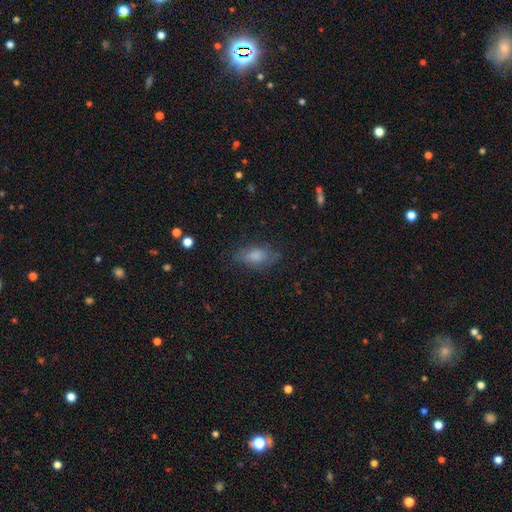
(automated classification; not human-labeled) A smooth galaxy with no disk features (73%) that is in between round and cigar-shaped (82%).

Vote fractions:
- Smooth or featured? smooth: 73% / featured or disk: 18% / star or artifact: 10%
- How rounded? in between: 82% / cigar-shaped: 13% / round: 5%
- Merging? none: 67% / minor disturbance: 23% / major disturbance: 9% / merger: 2%